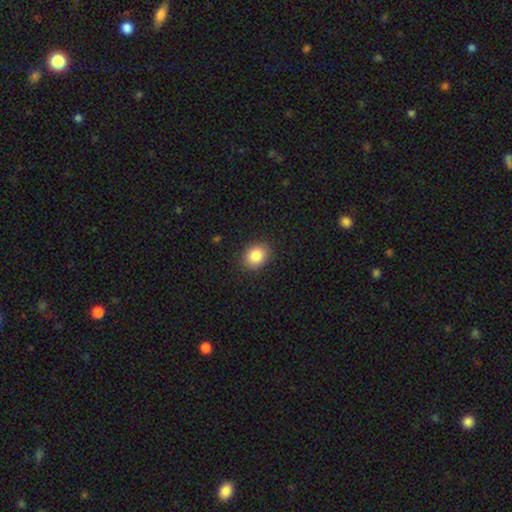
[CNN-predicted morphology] Smooth or featured? Predicted: smooth (p=0.85). How rounded? Predicted: round (p=0.53). Merging? Predicted: none (p=0.89).